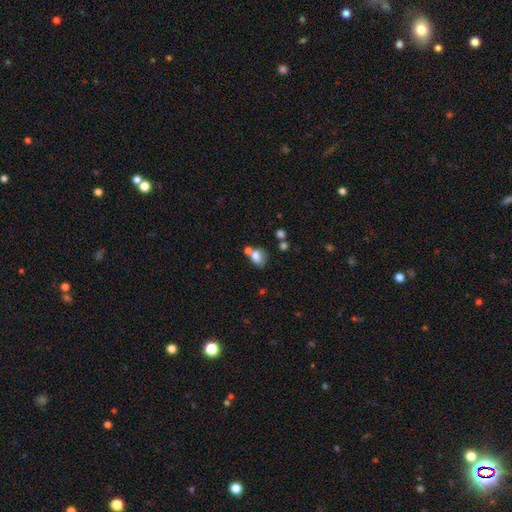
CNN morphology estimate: smooth_or_featured: smooth (p=0.76) [alt: featured or disk p=0.13]
how_rounded: in between (p=0.67) [alt: round p=0.32]
merging: none (p=0.38) [alt: merger p=0.35]